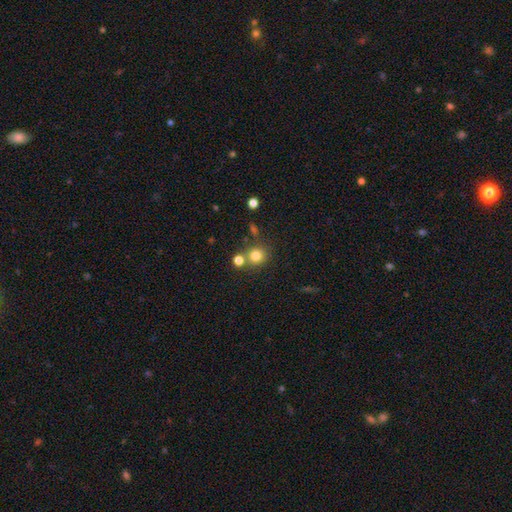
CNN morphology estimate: A smooth galaxy with no disk features (79%) that is round (87%).

Vote fractions:
- Smooth or featured? smooth: 79% / star or artifact: 14% / featured or disk: 7%
- How rounded? round: 87% / in between: 12% / cigar-shaped: 1%
- Merging? none: 68% / merger: 20% / minor disturbance: 9% / major disturbance: 4%